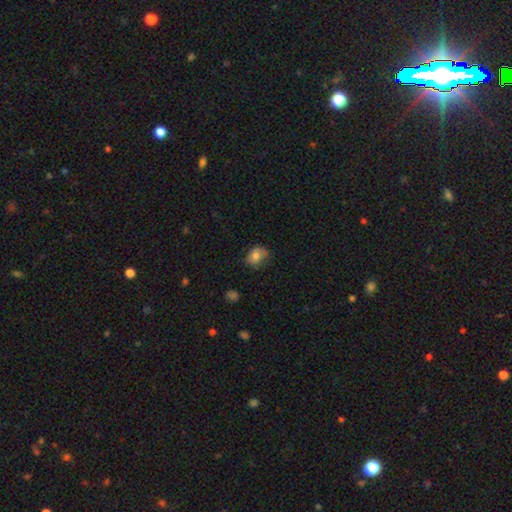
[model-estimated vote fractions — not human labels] Morphology: type=smooth (78%); roundness=in between (55%); merging=none (62%).